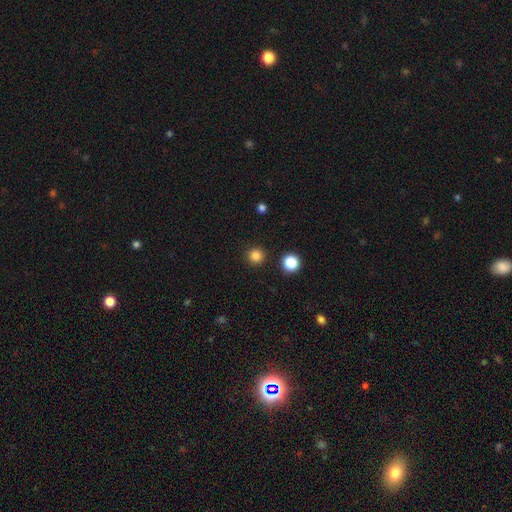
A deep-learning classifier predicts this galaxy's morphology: A smooth galaxy with no disk features (83%) that is round (96%).

Vote fractions:
- Smooth or featured? smooth: 83% / star or artifact: 13% / featured or disk: 4%
- How rounded? round: 96% / in between: 3% / cigar-shaped: 1%
- Merging? none: 92% / minor disturbance: 4% / major disturbance: 2% / merger: 2%